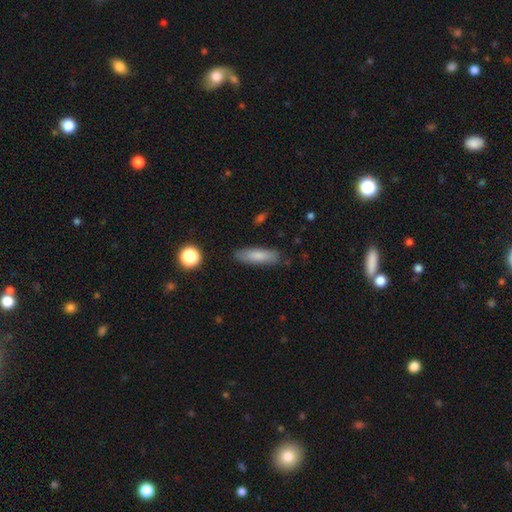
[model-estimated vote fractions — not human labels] Smooth or featured?
  - smooth: 78% *
  - featured or disk: 14%
  - star or artifact: 8%
How rounded?
  - cigar-shaped: 61% *
  - in between: 37%
  - round: 2%
Merging?
  - none: 84% *
  - minor disturbance: 12%
  - major disturbance: 3%
  - merger: 2%